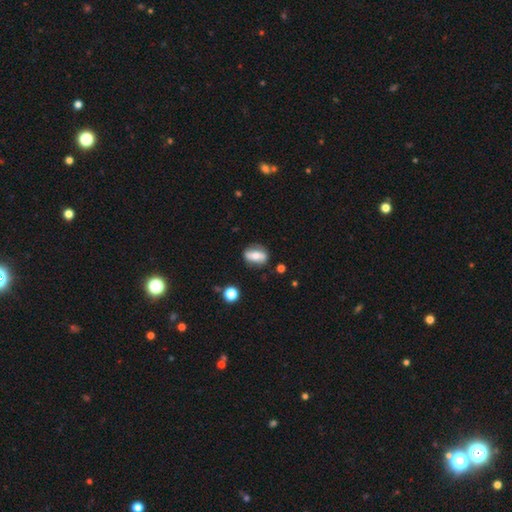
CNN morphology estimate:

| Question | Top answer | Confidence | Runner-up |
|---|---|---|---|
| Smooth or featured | smooth | 49% | featured or disk (44%) |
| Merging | none | 77% | minor disturbance (15%) |